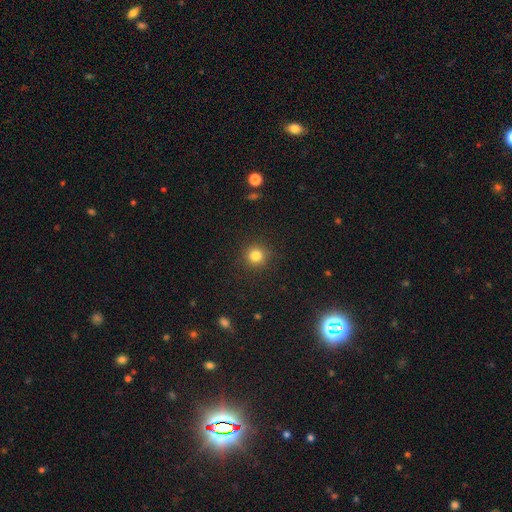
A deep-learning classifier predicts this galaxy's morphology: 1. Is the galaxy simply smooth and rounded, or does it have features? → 83% smooth, 12% star or artifact, 5% featured or disk.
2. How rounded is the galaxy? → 93% round, 6% in between, 1% cigar-shaped.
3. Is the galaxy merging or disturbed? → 90% none, 7% minor disturbance, 2% major disturbance, 1% merger.